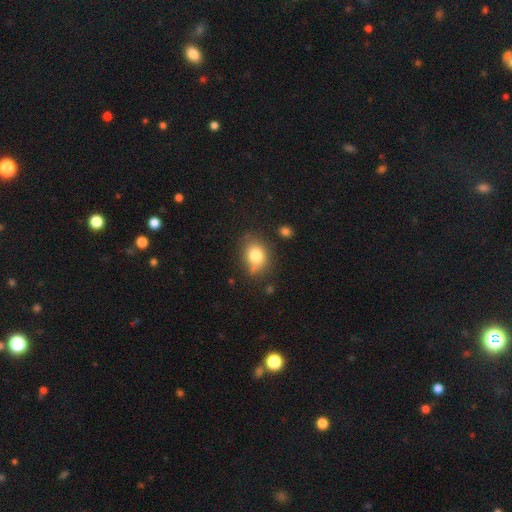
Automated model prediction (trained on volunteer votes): Overall: smooth (80%). How rounded: in between (58%; round 41%). Merging: none (66%).